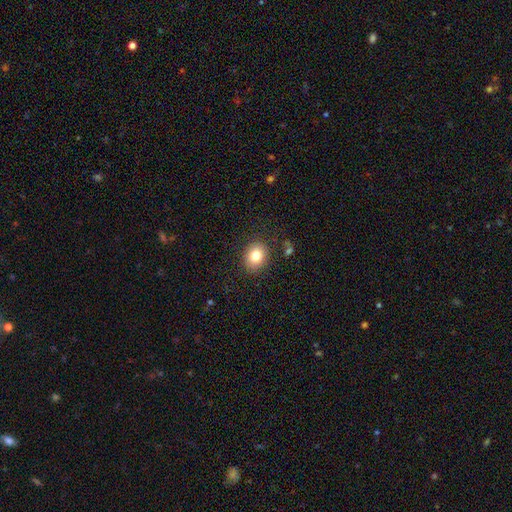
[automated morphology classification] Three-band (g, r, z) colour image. It shows a smooth galaxy with no disk features (81%) that is round (63%). Merging: none (87%).